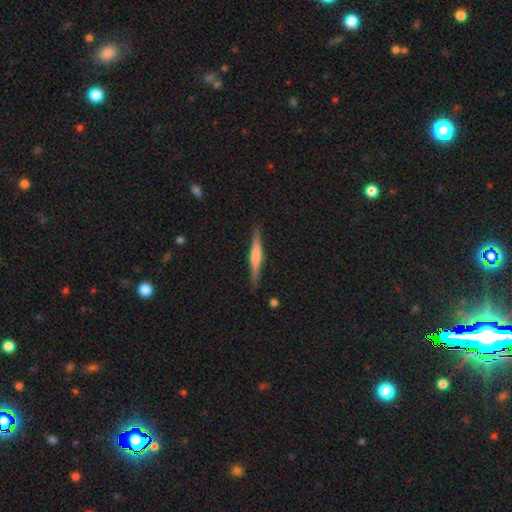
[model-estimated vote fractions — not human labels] featured or disk 53%, smooth 41%, star or artifact 6%. Down the decision tree: edge-on disk — yes (97%); edge-on bulge — rounded (46%); merging — none (88%).